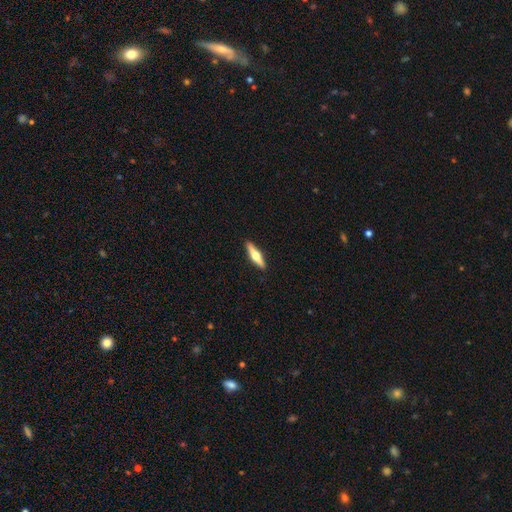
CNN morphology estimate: This is possibly a featured or disk galaxy (57%). It is clearly viewed edge-on (96%). Edge-on bulge: clearly rounded (95%). Merging: clearly none (91%).